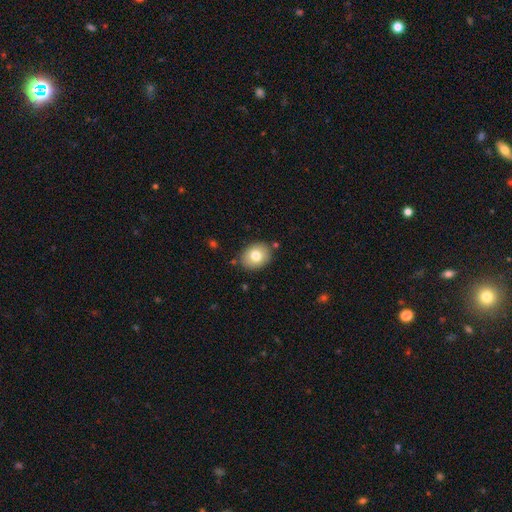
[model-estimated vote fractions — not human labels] Smooth or featured: smooth — 77% (featured or disk — 15%)
How rounded: in between — 58% (round — 41%)
Merging: none — 84% (minor disturbance — 11%)